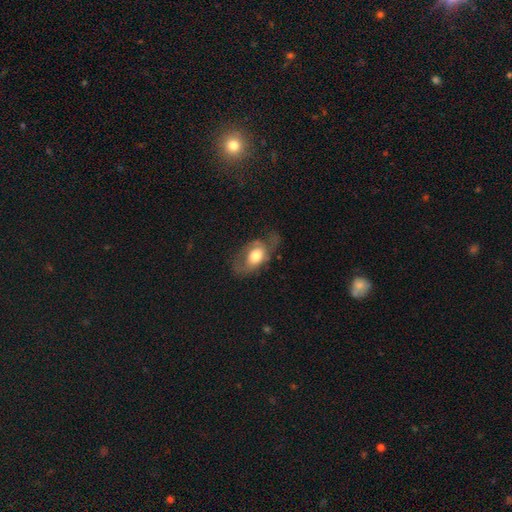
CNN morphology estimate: This is possibly a featured or disk galaxy (47%). Merging: possibly none (46%).